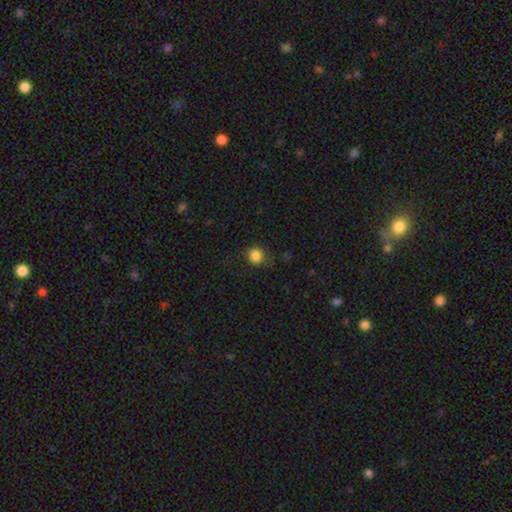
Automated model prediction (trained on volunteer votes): The model was most divided on "merging": none: 82%, minor disturbance: 12%, major disturbance: 4%, merger: 1%. More confident: how rounded — round (87%); smooth or featured — smooth (85%).